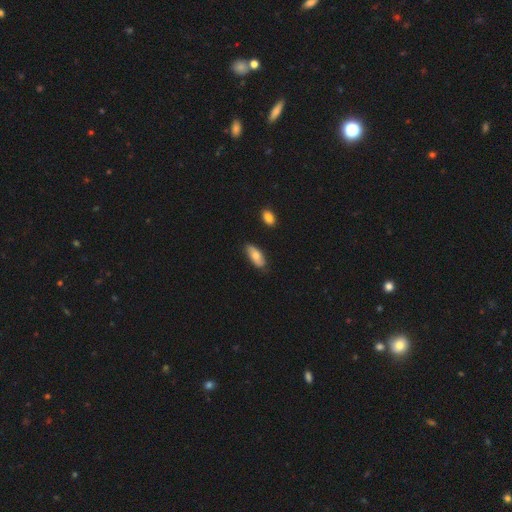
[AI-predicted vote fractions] This appears to be a smooth galaxy with no disk features (71%) that is in between round and cigar-shaped (85%). Merging: none (81%).